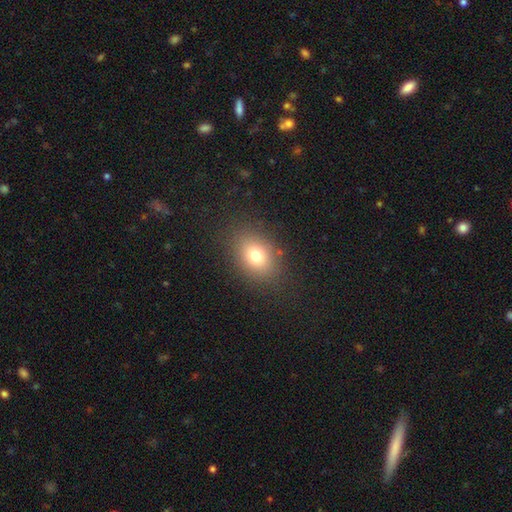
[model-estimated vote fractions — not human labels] Smooth or featured? smooth (76%)
How rounded? in between (64%)
Merging? none (84%)